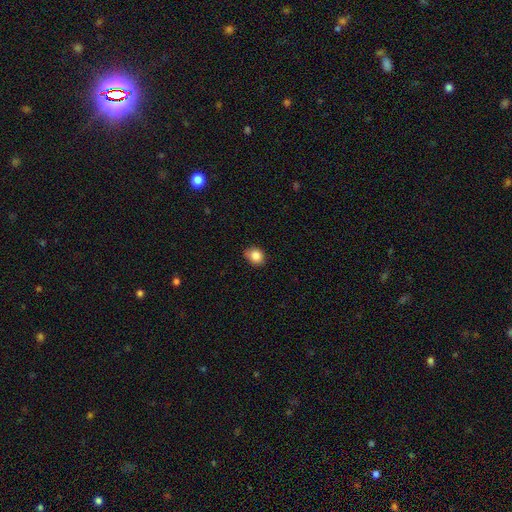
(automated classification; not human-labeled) Smooth or featured? smooth (86%)
How rounded? round (65%)
Merging? none (75%)